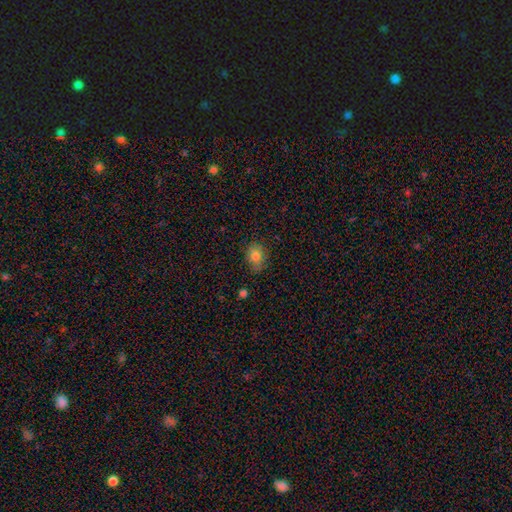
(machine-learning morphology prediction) smooth-or-featured: smooth: 81% | star or artifact: 10% | featured or disk: 9%
  how-rounded: in between: 60% | round: 39% | cigar-shaped: 1%
  merging: none: 76% | minor disturbance: 19% | major disturbance: 4% | merger: 2%